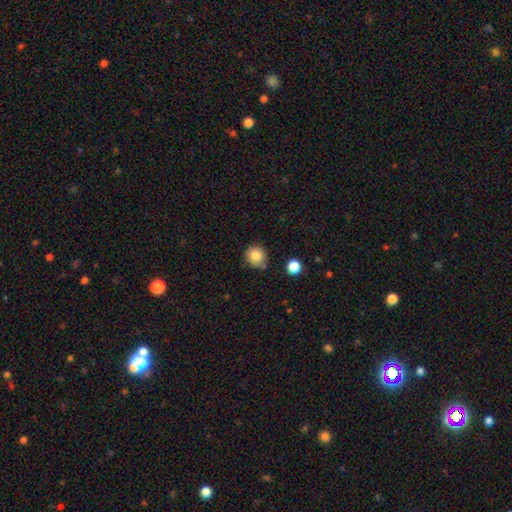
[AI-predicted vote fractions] The model was most divided on "merging": none: 76%, minor disturbance: 15%, merger: 6%, major disturbance: 3%. More confident: how rounded — round (87%); smooth or featured — smooth (85%).